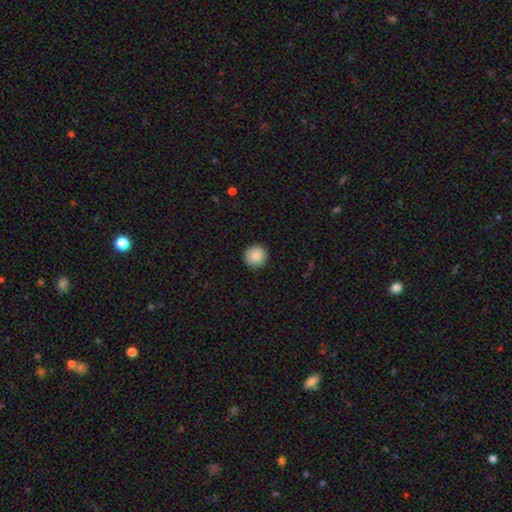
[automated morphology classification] This is clearly a smooth galaxy (88%). How rounded: clearly round (95%). Merging: clearly none (91%).